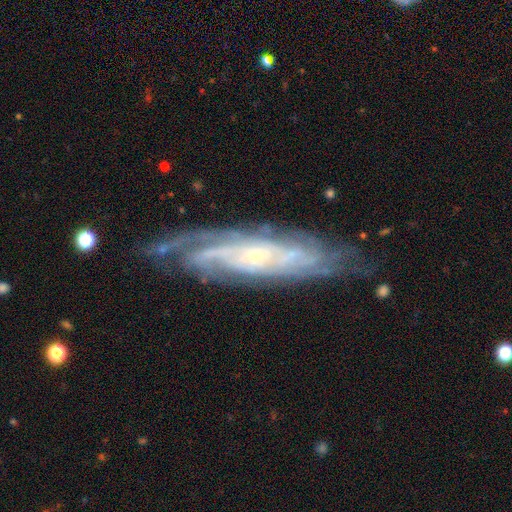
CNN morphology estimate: The model was most divided on "spiral arm count": can't tell: 37%, 2: 17%, 3: 16%, 4: 15%, more than 4: 10%, 1: 5%. More confident: spiral arms — yes (96%); smooth or featured — featured or disk (86%); edge-on disk — no (80%); bulge size — small (75%); merging — none (74%); spiral winding — tight (68%); bar — no (67%).